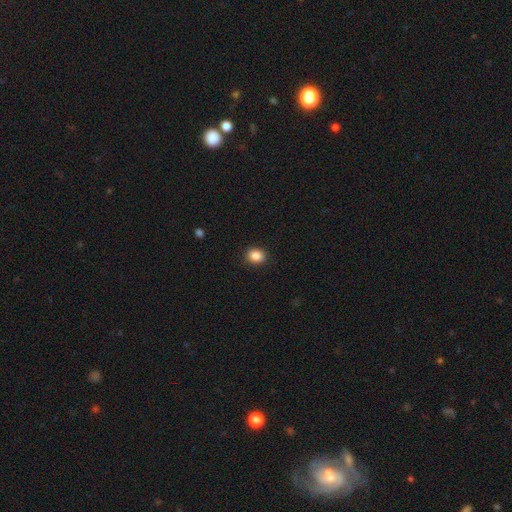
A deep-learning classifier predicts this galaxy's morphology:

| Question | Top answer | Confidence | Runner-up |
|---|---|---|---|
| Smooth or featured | smooth | 87% | star or artifact (10%) |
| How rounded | round | 59% | in between (40%) |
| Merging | none | 91% | minor disturbance (6%) |